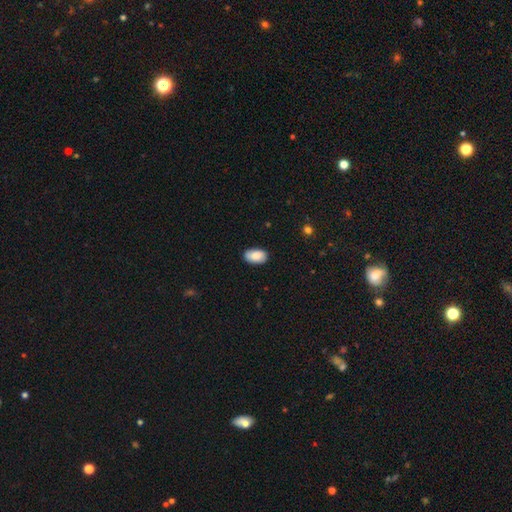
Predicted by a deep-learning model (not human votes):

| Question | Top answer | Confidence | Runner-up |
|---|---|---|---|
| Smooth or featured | smooth | 88% | star or artifact (6%) |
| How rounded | in between | 94% | round (5%) |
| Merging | none | 86% | minor disturbance (11%) |